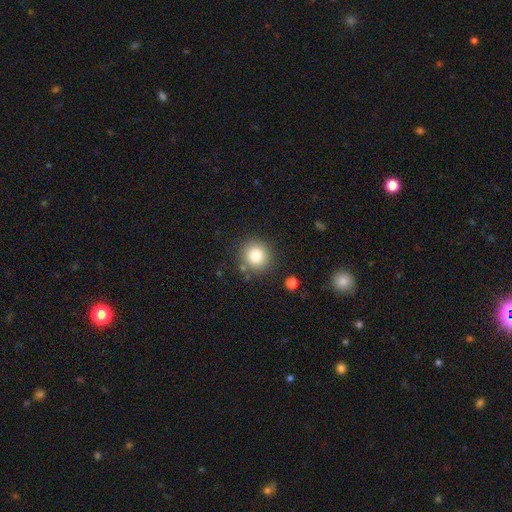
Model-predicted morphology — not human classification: This appears to be a smooth galaxy with no disk features (81%) that is round (91%). Merging: none (85%).